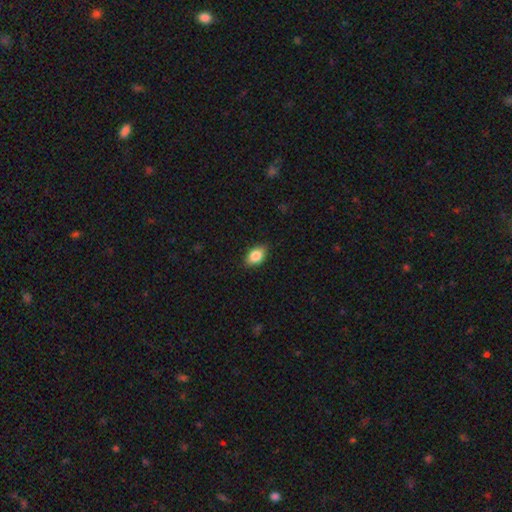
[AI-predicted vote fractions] This is clearly a smooth galaxy (85%). How rounded: clearly in between (85%). Merging: clearly none (85%).